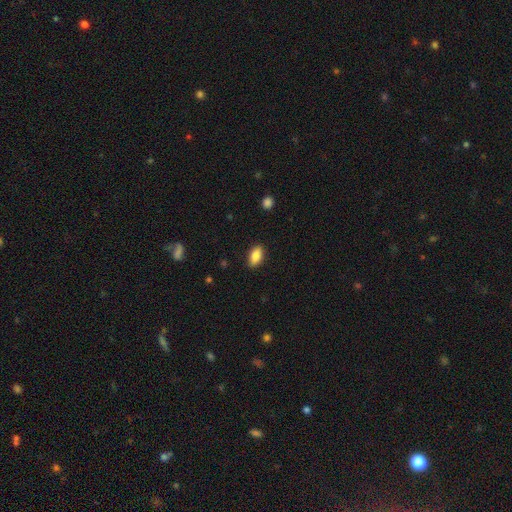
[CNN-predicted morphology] Overall: smooth (86%). How rounded: in between (90%). Merging: none (87%).